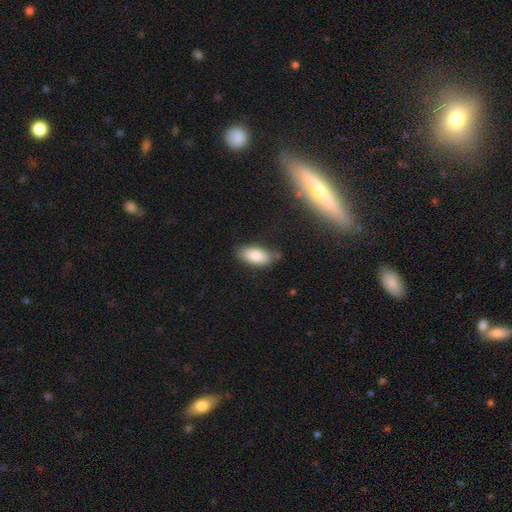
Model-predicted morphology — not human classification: type=smooth (84%); roundness=in between (89%); merging=none (72%).